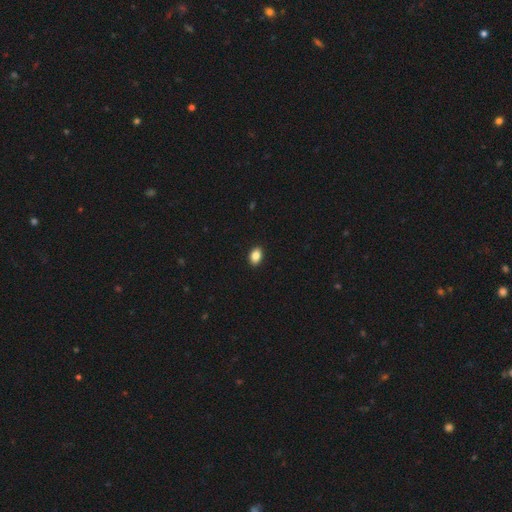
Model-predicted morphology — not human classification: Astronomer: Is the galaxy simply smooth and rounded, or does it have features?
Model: smooth — 86%.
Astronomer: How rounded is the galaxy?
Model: in between — 82%.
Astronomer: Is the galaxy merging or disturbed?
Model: none — 91%.